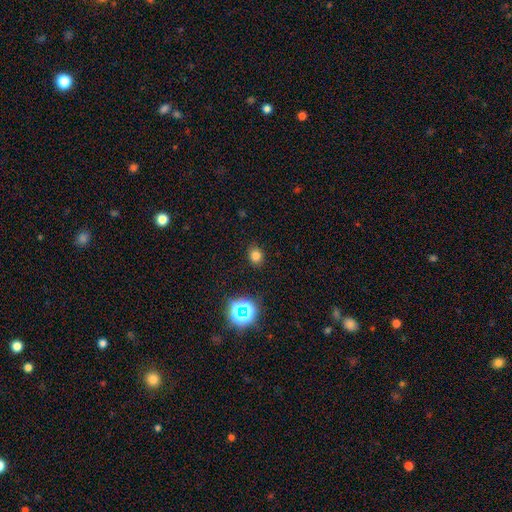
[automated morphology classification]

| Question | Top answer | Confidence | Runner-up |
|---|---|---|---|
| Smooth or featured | smooth | 74% | star or artifact (20%) |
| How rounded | round | 66% | in between (33%) |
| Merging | none | 86% | minor disturbance (9%) |